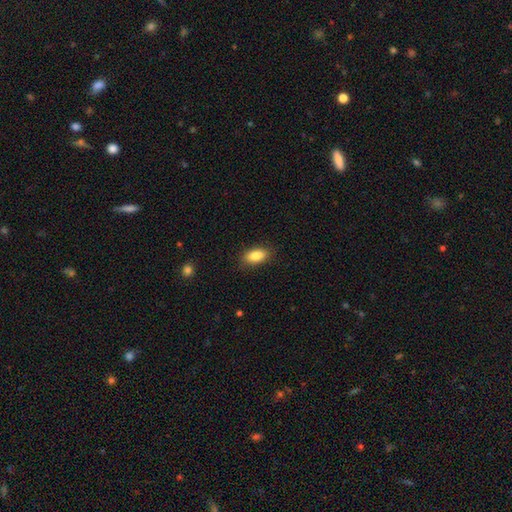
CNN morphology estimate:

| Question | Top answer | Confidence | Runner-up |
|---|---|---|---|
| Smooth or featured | smooth | 86% | star or artifact (7%) |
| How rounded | in between | 90% | round (5%) |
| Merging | none | 85% | minor disturbance (11%) |